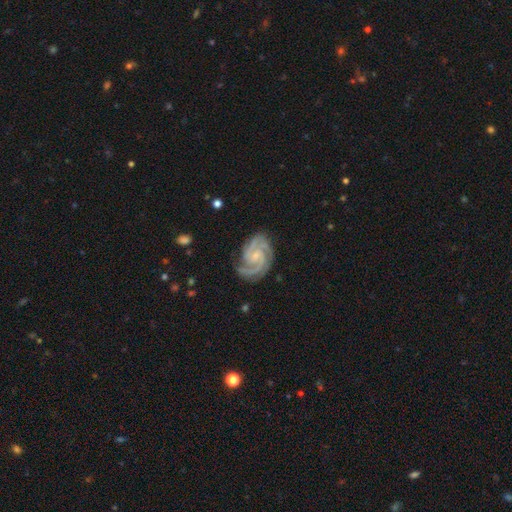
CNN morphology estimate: Q: Smooth or featured?
A: featured or disk (93%); runner-up: star or artifact (4%)
Q: Edge-on disk?
A: no (98%); runner-up: yes (2%)
Q: Bar?
A: no (55%); runner-up: weak (36%)
Q: Spiral arms?
A: yes (99%); runner-up: no (1%)
Q: Spiral winding?
A: tight (59%); runner-up: medium (37%)
Q: Spiral arm count?
A: 3 (45%); runner-up: 2 (35%)
Q: Bulge size?
A: small (70%); runner-up: moderate (20%)
Q: Merging?
A: none (79%); runner-up: minor disturbance (15%)